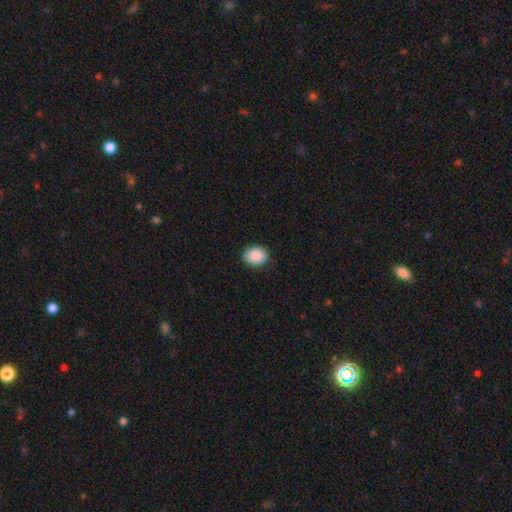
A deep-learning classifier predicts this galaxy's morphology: Smooth or featured: smooth — 89% (star or artifact — 7%)
How rounded: round — 55% (in between — 44%)
Merging: none — 86% (minor disturbance — 11%)